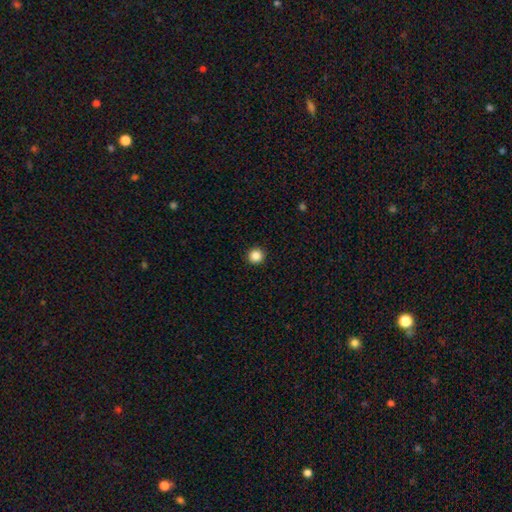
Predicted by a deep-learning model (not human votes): Smooth or featured? Predicted: smooth (p=0.86). How rounded? Predicted: round (p=0.96). Merging? Predicted: none (p=0.94).